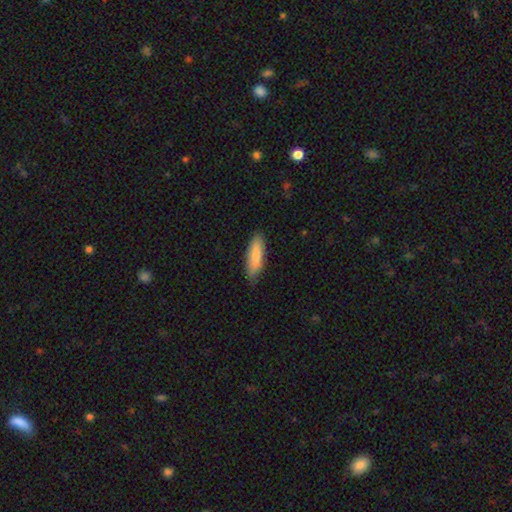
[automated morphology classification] Smooth or featured? Predicted: smooth (p=0.79). How rounded? Predicted: cigar-shaped (p=0.52). Merging? Predicted: none (p=0.80).